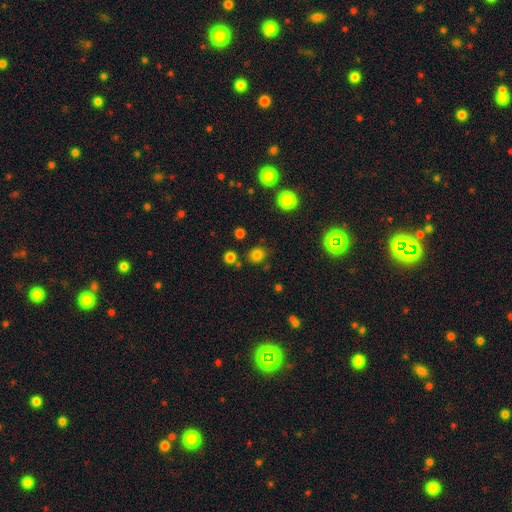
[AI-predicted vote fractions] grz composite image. It shows a smooth galaxy with no disk features (79%) that is round (78%). Merging: none (80%).